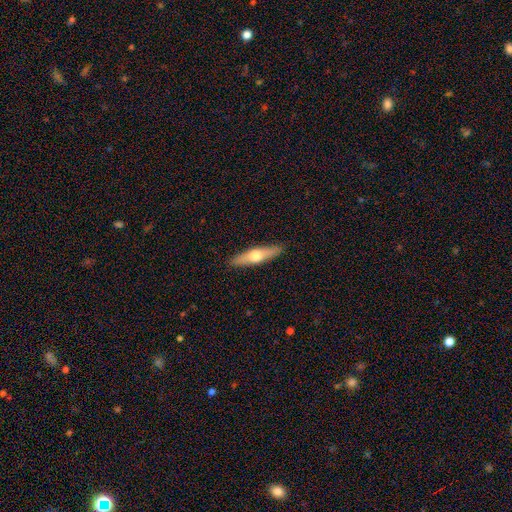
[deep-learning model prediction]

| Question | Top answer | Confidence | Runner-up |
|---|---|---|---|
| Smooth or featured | featured or disk | 50% | smooth (45%) |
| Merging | none | 90% | minor disturbance (7%) |